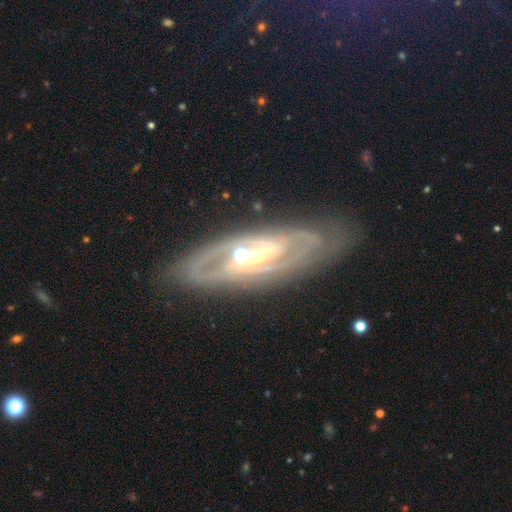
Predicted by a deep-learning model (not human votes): Morphology: type=featured or disk (85%); edge-on=no (87%); bar=no (49%); spiral arms=yes (84%); winding=tight (52%); arm count=2 (63%); bulge=moderate (55%); merging=none (76%).